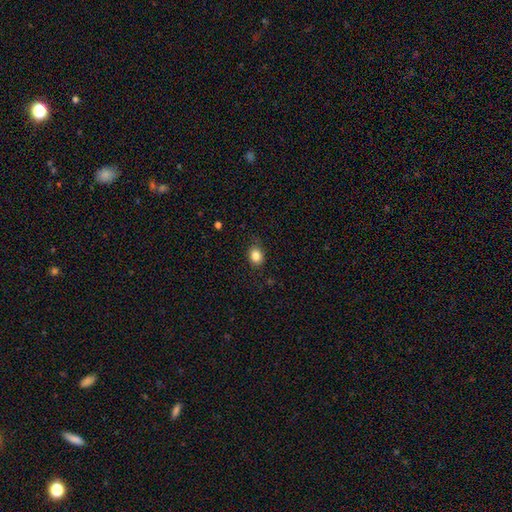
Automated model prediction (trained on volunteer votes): smooth 84%, star or artifact 10%, featured or disk 6%. Down the decision tree: how rounded — round (54%); merging — none (81%).